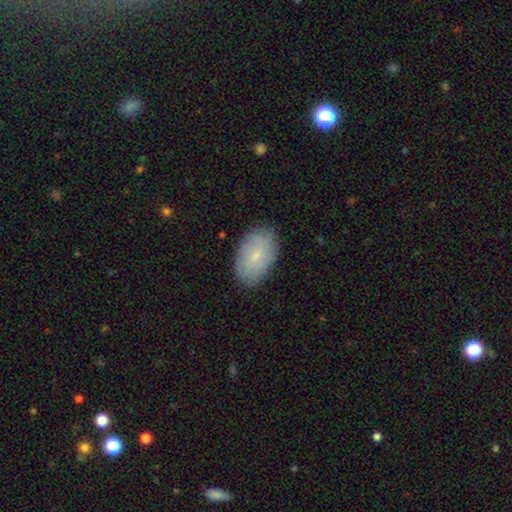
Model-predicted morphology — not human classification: smooth 69%, featured or disk 24%, star or artifact 7%. Down the decision tree: how rounded — in between (92%); merging — none (84%).